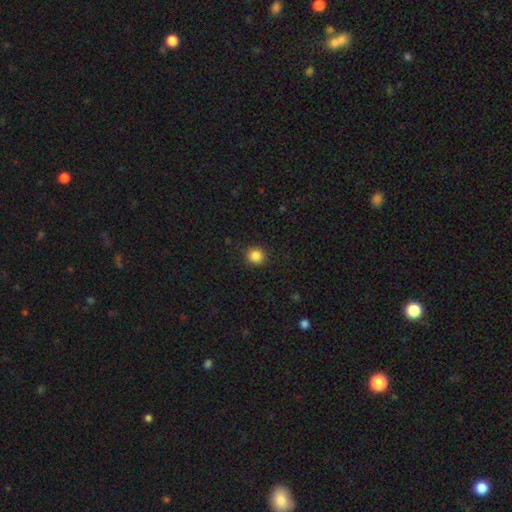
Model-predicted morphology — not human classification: smooth 85%, star or artifact 11%, featured or disk 4%. Down the decision tree: how rounded — round (89%); merging — none (90%).